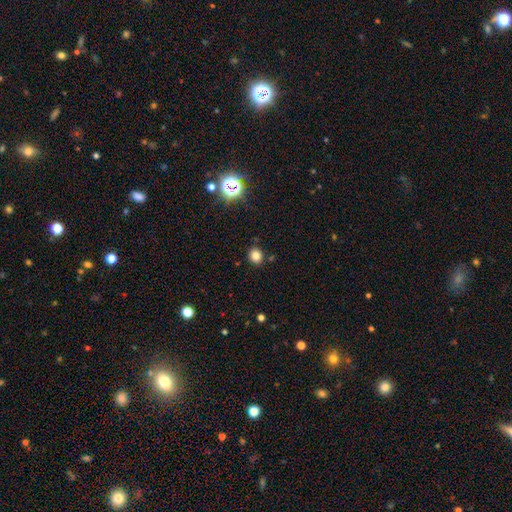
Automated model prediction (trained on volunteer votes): Smooth or featured?
  - smooth: 80% *
  - star or artifact: 15%
  - featured or disk: 5%
How rounded?
  - round: 74% *
  - in between: 25%
  - cigar-shaped: 1%
Merging?
  - none: 86% *
  - minor disturbance: 8%
  - merger: 4%
  - major disturbance: 2%